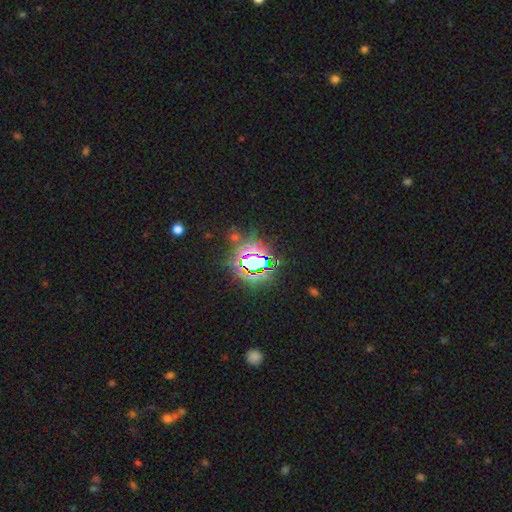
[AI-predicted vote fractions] A star or artifact, not a galaxy (82%).